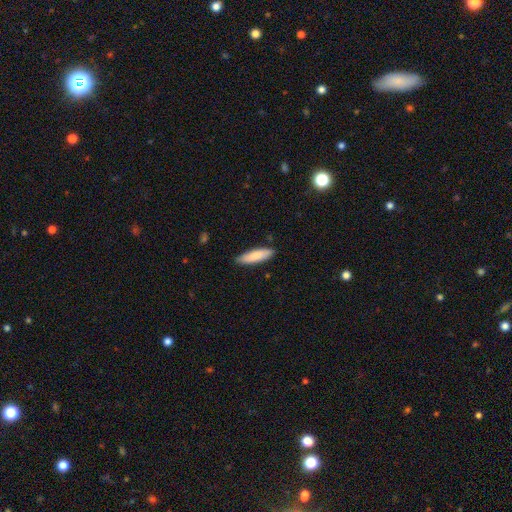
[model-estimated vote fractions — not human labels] The model was most divided on "how rounded": cigar-shaped: 60%, in between: 38%, round: 1%. More confident: merging — none (87%); smooth or featured — smooth (83%).